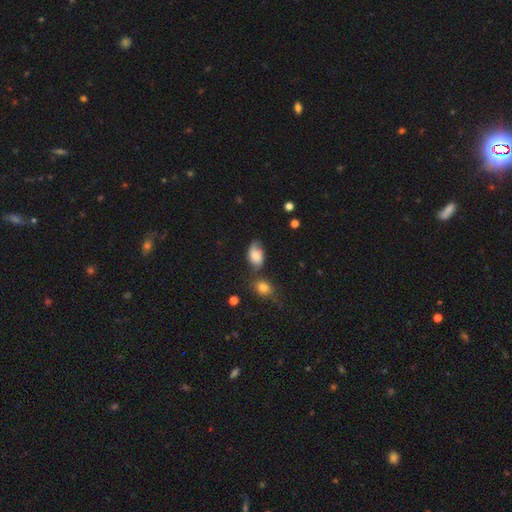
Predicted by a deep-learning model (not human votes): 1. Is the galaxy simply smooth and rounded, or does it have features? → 68% smooth, 23% featured or disk, 10% star or artifact.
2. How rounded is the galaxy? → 88% in between, 10% round, 2% cigar-shaped.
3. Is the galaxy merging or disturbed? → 45% none, 31% minor disturbance, 12% major disturbance, 11% merger.